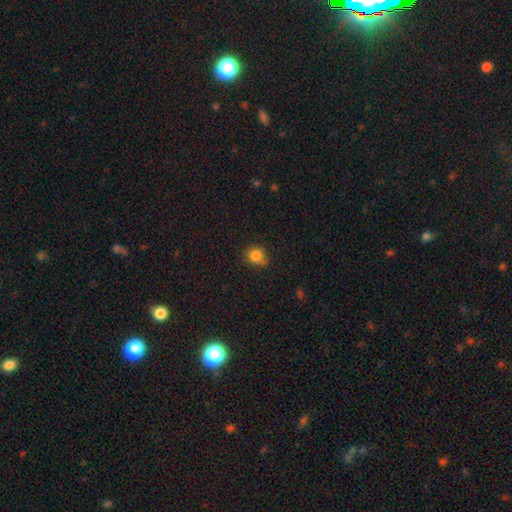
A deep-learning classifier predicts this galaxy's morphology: A smooth galaxy with no disk features (83%) that is round (84%).

Vote fractions:
- Smooth or featured? smooth: 83% / star or artifact: 11% / featured or disk: 5%
- How rounded? round: 84% / in between: 15% / cigar-shaped: 1%
- Merging? none: 72% / minor disturbance: 18% / merger: 6% / major disturbance: 4%